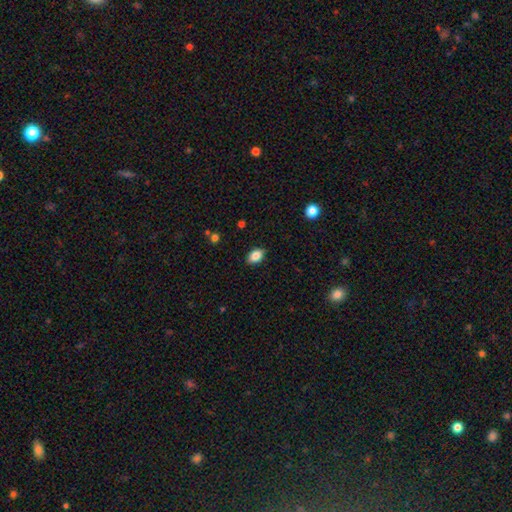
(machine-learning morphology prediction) A smooth galaxy with no disk features (84%) that is in between round and cigar-shaped (85%). Merging: none (86%).